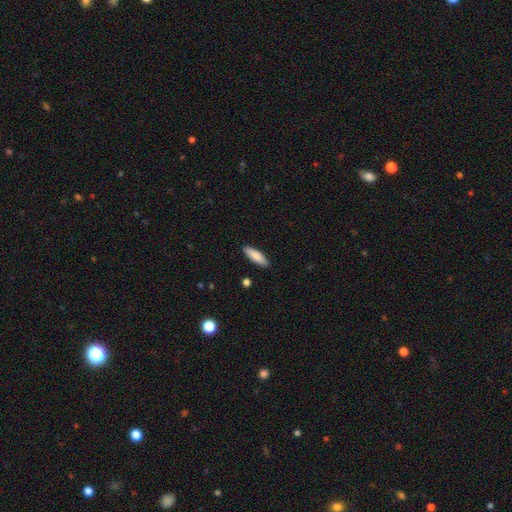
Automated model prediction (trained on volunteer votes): This appears to be a smooth galaxy with no disk features (85%) that is cigar-shaped (54%). Merging: none (89%).